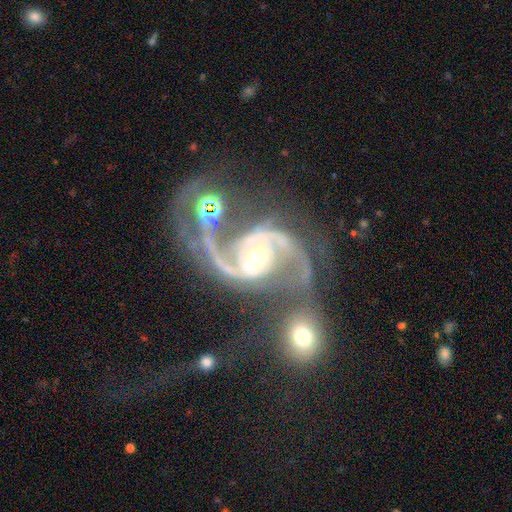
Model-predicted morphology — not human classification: Smooth or featured? Predicted: featured or disk (p=0.92). Edge-on disk? Predicted: no (p=0.98). Bar? Predicted: no (p=0.40). Spiral arms? Predicted: yes (p=0.98). Spiral winding? Predicted: medium (p=0.54). Spiral arm count? Predicted: 2 (p=0.85). Bulge size? Predicted: small (p=0.47, tied with moderate). Merging? Predicted: none (p=0.30).